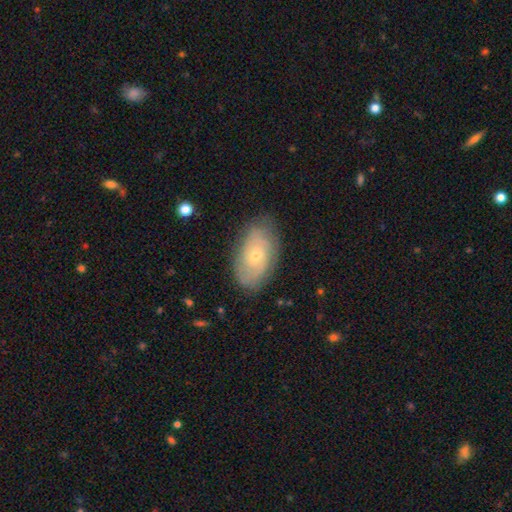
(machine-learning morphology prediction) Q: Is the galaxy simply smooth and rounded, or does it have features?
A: featured or disk — 63%.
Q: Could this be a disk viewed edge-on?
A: no — 93%.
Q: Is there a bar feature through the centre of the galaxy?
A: no — 80%.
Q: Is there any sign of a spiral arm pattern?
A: yes — 78%.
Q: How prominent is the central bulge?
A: small — 62%.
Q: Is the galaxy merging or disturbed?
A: none — 78%.